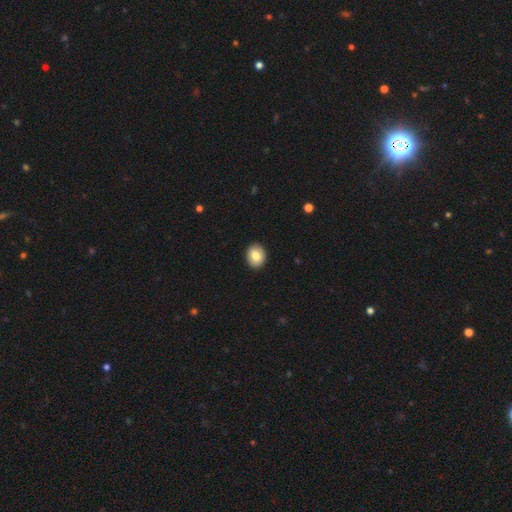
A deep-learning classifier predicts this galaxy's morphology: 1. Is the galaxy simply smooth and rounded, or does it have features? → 82% smooth, 10% featured or disk, 8% star or artifact.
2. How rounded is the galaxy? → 51% in between, 48% round, 1% cigar-shaped.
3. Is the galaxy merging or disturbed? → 91% none, 7% minor disturbance, 2% major disturbance, 1% merger.